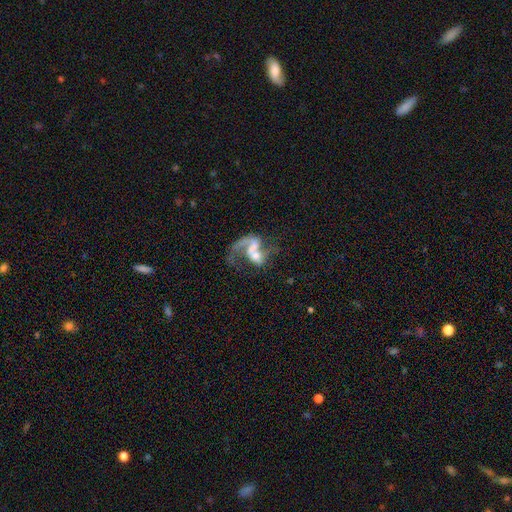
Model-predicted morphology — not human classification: smooth-or-featured: featured or disk: 73% | smooth: 18% | star or artifact: 9%
  disk-edge-on: no: 97% | yes: 3%
    bar: no: 54% | weak: 32% | strong: 13%
    has-spiral-arms: yes: 78% | no: 22%
      spiral-winding: loose: 69% | medium: 25% | tight: 7%
      spiral-arm-count: 1: 62% | 2: 29% | can't tell: 5% | 3: 2% | 4: 1% | more than 4: 1%
    bulge-size: moderate: 37% | small: 31% | none: 17% | large: 11% | dominant: 3%
  merging: merger: 40% | major disturbance: 32% | none: 20% | minor disturbance: 9%